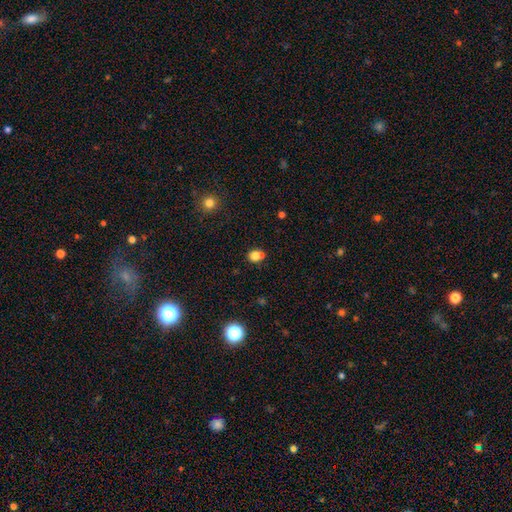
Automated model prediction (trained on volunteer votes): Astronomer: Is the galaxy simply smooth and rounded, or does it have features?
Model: smooth — 77%.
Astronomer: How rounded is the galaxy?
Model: round — 69%.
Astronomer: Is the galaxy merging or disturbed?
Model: none — 49% (runner-up: merger, 34%).